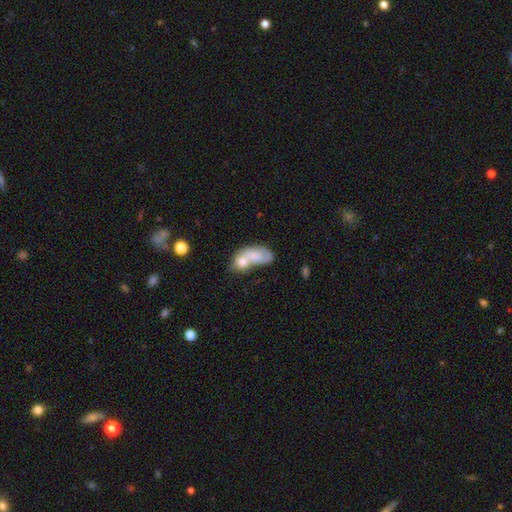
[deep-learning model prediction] Smooth or featured? smooth (70%)
How rounded? in between (85%)
Merging? merger (62%)